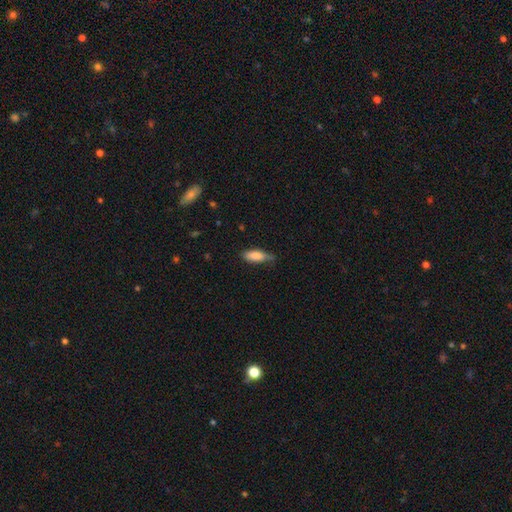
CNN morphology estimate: smooth 83%, featured or disk 10%, star or artifact 6%. Down the decision tree: how rounded — in between (68%); merging — none (55%).